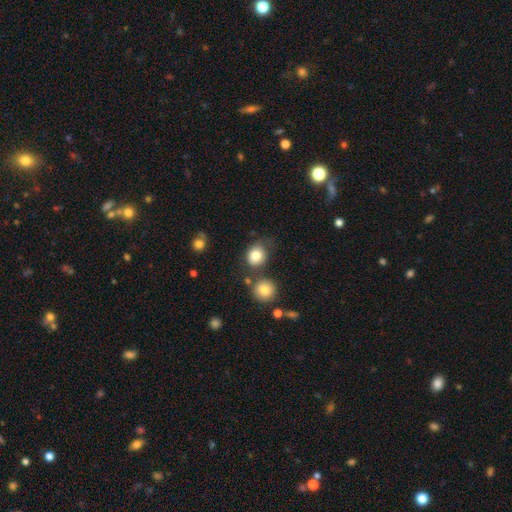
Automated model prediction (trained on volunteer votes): smooth 82%, star or artifact 10%, featured or disk 8%. Down the decision tree: how rounded — round (68%); merging — none (65%).